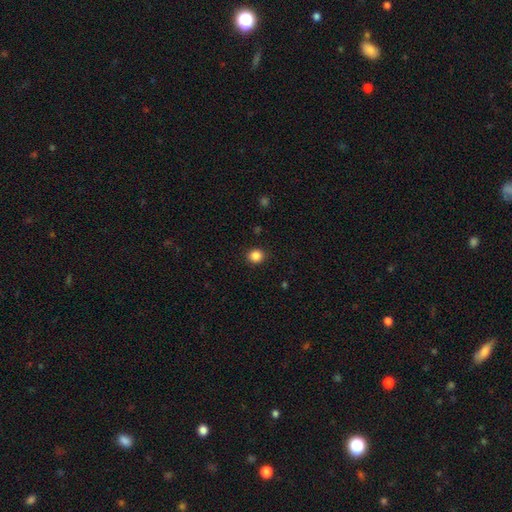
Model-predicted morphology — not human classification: Smooth or featured?
  - smooth: 86% *
  - star or artifact: 11%
  - featured or disk: 3%
How rounded?
  - round: 84% *
  - in between: 15%
  - cigar-shaped: 1%
Merging?
  - none: 91% *
  - minor disturbance: 6%
  - major disturbance: 2%
  - merger: 1%